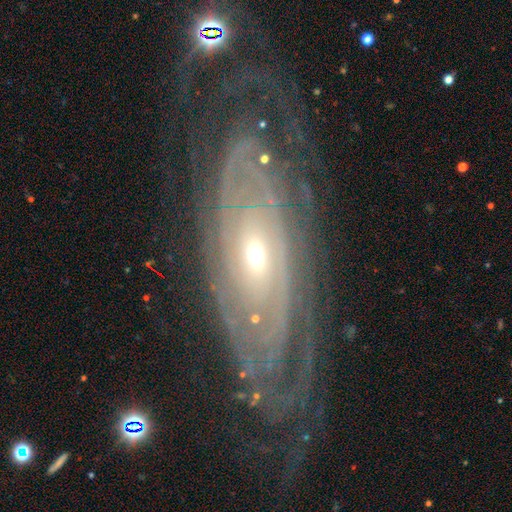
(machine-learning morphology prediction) Smooth or featured? Predicted: featured or disk (p=0.87). Edge-on disk? Predicted: no (p=0.87). Bar? Predicted: no (p=0.72). Spiral arms? Predicted: yes (p=0.93). Spiral winding? Predicted: tight (p=0.83). Spiral arm count? Predicted: can't tell (p=0.45). Bulge size? Predicted: small (p=0.61). Merging? Predicted: none (p=0.77).